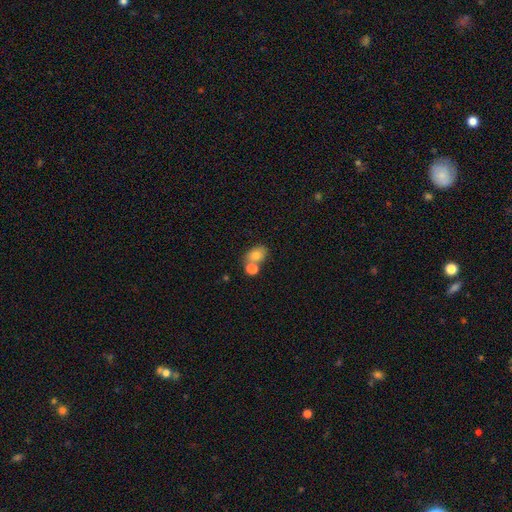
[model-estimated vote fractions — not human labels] smooth-or-featured: smooth: 78% | featured or disk: 12% | star or artifact: 10%
  how-rounded: in between: 67% | round: 31% | cigar-shaped: 1%
  merging: none: 45% | merger: 39% | minor disturbance: 11% | major disturbance: 4%